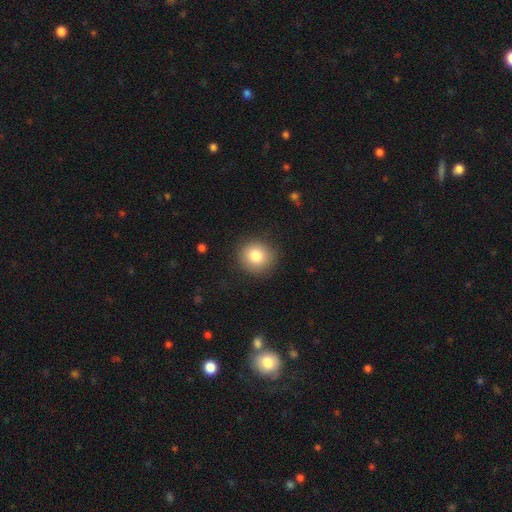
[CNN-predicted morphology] Smooth or featured?
  - smooth: 83% *
  - star or artifact: 9%
  - featured or disk: 8%
How rounded?
  - round: 89% *
  - in between: 10%
  - cigar-shaped: 1%
Merging?
  - none: 89% *
  - minor disturbance: 8%
  - major disturbance: 3%
  - merger: 1%